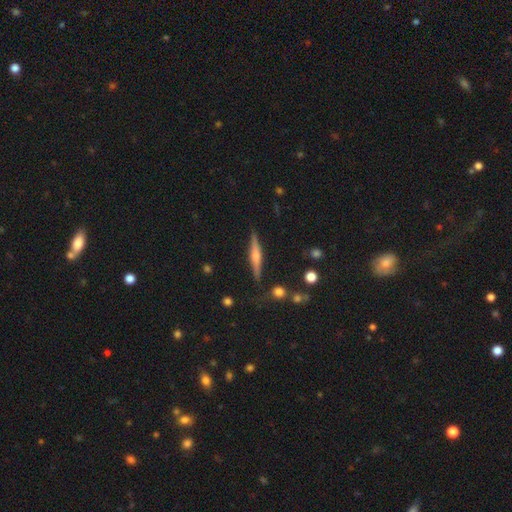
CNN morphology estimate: Smooth or featured? featured or disk (68%)
Edge-on disk? yes (97%)
Edge-on bulge? rounded (82%)
Merging? none (86%)